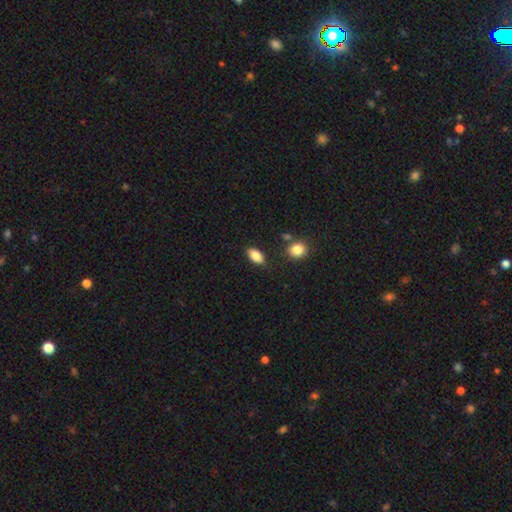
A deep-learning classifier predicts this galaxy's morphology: Smooth or featured? smooth (85%)
How rounded? in between (90%)
Merging? none (80%)